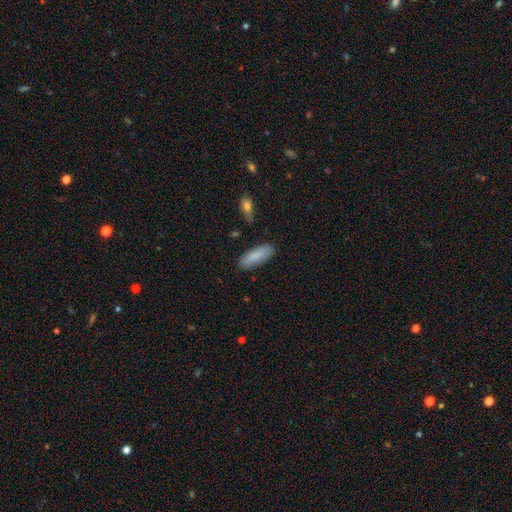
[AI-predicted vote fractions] smooth_or_featured: smooth (p=0.86) [alt: featured or disk p=0.08]
how_rounded: in between (p=0.58) [alt: cigar-shaped p=0.40]
merging: none (p=0.83) [alt: minor disturbance p=0.12]